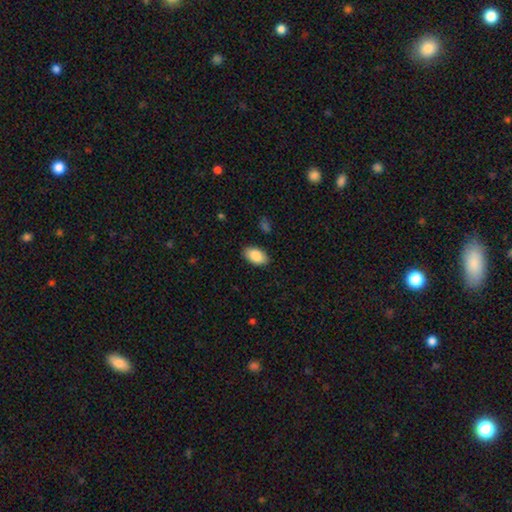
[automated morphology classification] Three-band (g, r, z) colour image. It shows a smooth galaxy with no disk features (87%) that is in between round and cigar-shaped (94%). Merging: none (87%).